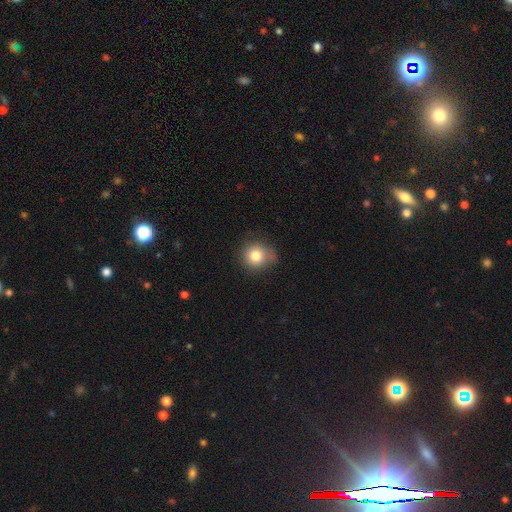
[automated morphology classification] smooth 80%, star or artifact 11%, featured or disk 9%. Down the decision tree: how rounded — round (85%); merging — none (68%).